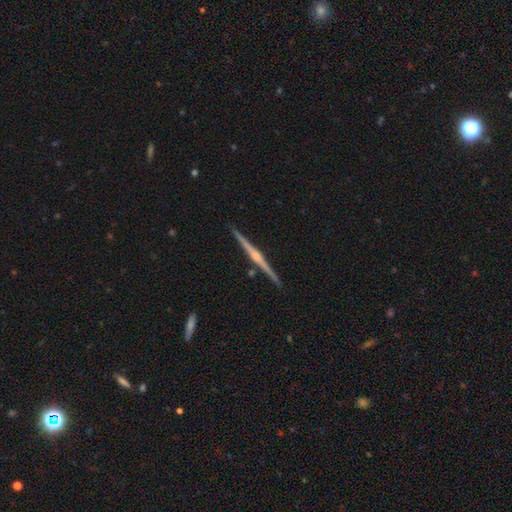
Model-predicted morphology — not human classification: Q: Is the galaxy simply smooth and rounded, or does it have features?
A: featured or disk — 82%.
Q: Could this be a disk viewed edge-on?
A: yes — 99%.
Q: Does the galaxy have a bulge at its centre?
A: rounded — 68%.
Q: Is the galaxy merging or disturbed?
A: none — 91%.